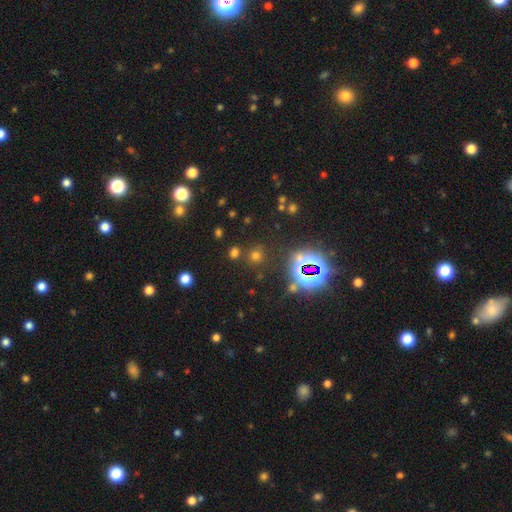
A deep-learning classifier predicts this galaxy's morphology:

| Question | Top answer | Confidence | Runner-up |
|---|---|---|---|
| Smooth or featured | smooth | 54% | star or artifact (39%) |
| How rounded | round | 91% | in between (8%) |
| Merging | none | 82% | minor disturbance (8%) |